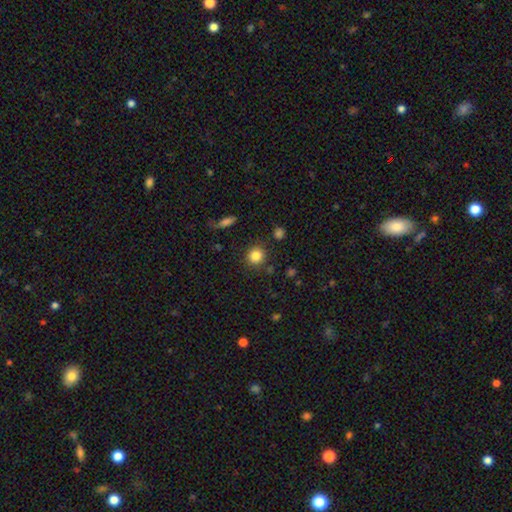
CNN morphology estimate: Q: Smooth or featured?
A: smooth (84%); runner-up: star or artifact (11%)
Q: How rounded?
A: round (89%); runner-up: in between (10%)
Q: Merging?
A: none (86%); runner-up: minor disturbance (8%)